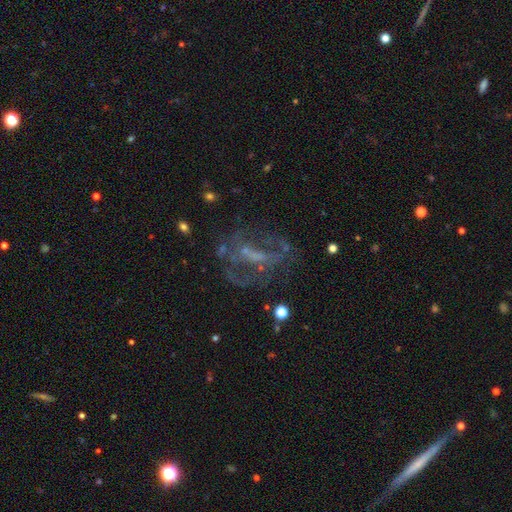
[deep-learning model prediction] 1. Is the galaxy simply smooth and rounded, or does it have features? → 64% featured or disk, 21% star or artifact, 15% smooth.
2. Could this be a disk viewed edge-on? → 93% no, 7% yes.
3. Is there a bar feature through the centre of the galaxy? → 40% no, 34% weak, 26% strong.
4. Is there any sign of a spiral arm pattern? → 56% no, 44% yes.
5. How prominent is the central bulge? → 50% none, 33% small, 14% moderate, 2% large, 1% dominant.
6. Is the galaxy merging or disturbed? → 51% none, 28% major disturbance, 16% minor disturbance, 5% merger.